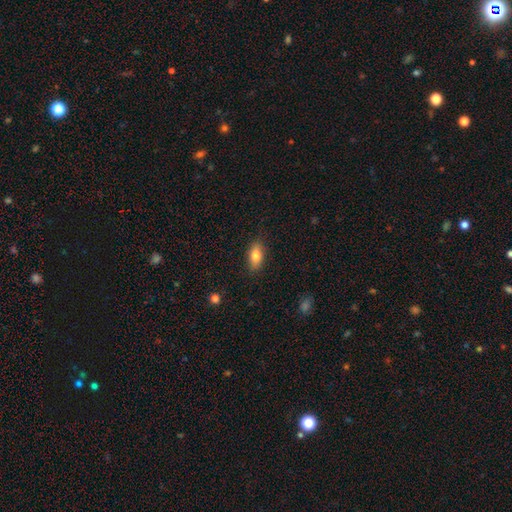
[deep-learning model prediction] smooth 79%, featured or disk 13%, star or artifact 7%. Down the decision tree: how rounded — in between (85%); merging — none (85%).